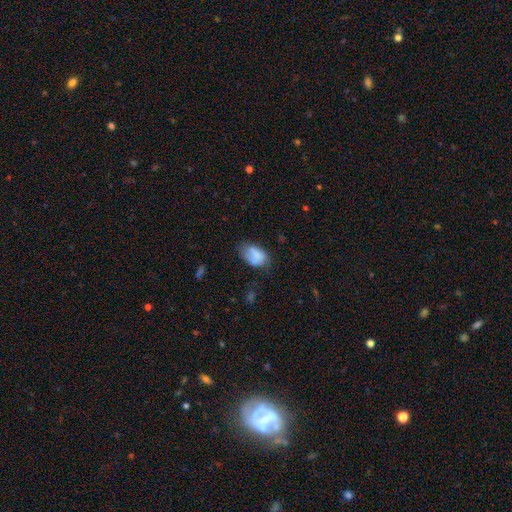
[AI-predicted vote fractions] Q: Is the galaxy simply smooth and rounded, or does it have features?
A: smooth — 76%.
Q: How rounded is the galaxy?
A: in between — 89%.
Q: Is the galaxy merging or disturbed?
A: none — 46%.